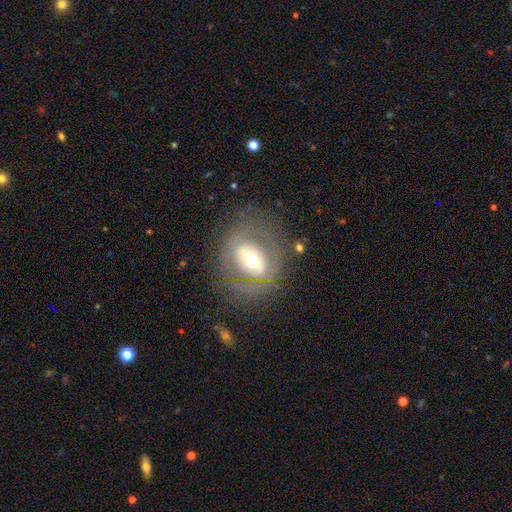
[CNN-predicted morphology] Smooth or featured? Predicted: featured or disk (p=0.65). Edge-on disk? Predicted: no (p=0.89). Bar? Predicted: strong (p=0.44). Spiral arms? Predicted: no (p=0.65). Bulge size? Predicted: moderate (p=0.66). Merging? Predicted: none (p=0.70).